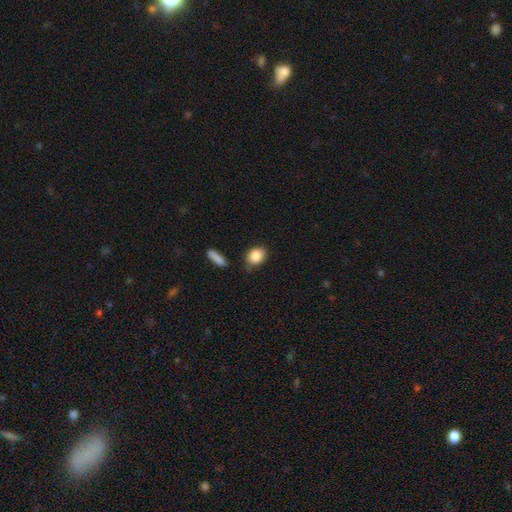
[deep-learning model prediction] Smooth or featured? smooth (86%)
How rounded? in between (55%)
Merging? none (74%)